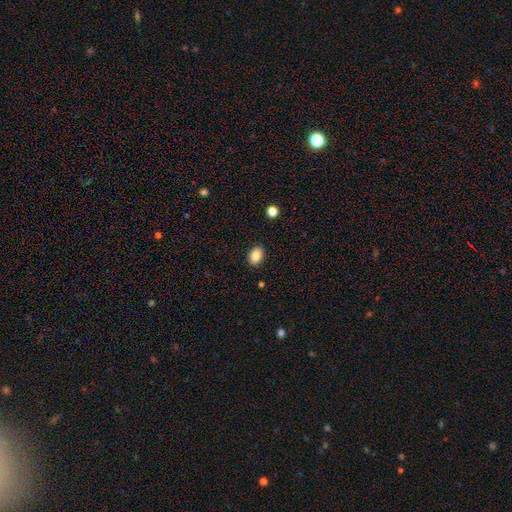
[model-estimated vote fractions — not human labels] Smooth or featured? smooth (87%)
How rounded? in between (78%)
Merging? none (88%)